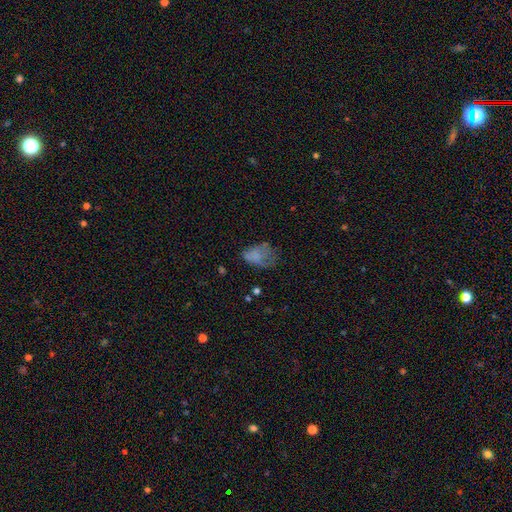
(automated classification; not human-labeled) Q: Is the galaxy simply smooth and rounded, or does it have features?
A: smooth — 65%.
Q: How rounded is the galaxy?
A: in between — 83%.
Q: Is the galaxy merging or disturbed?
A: none — 35%.